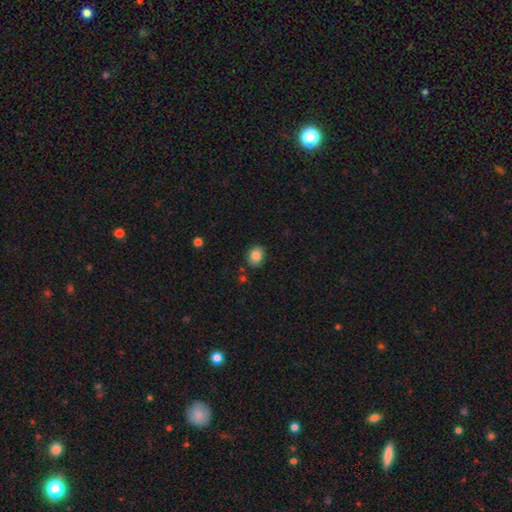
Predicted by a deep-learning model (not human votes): Morphology: type=smooth (85%); roundness=in between (53%); merging=none (83%).